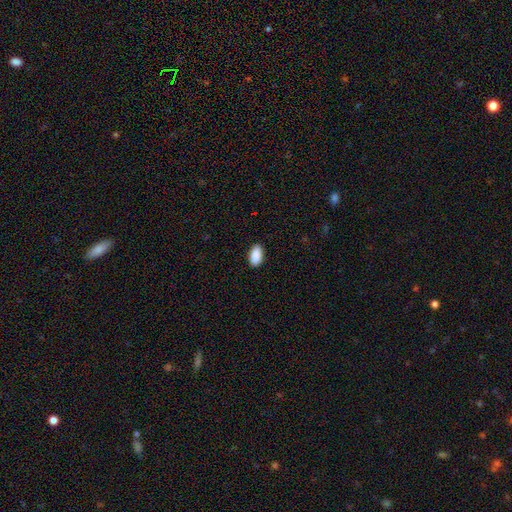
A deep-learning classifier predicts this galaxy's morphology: The model was most divided on "merging": none: 89%, minor disturbance: 8%, major disturbance: 2%, merger: 1%. More confident: how rounded — in between (93%); smooth or featured — smooth (91%).